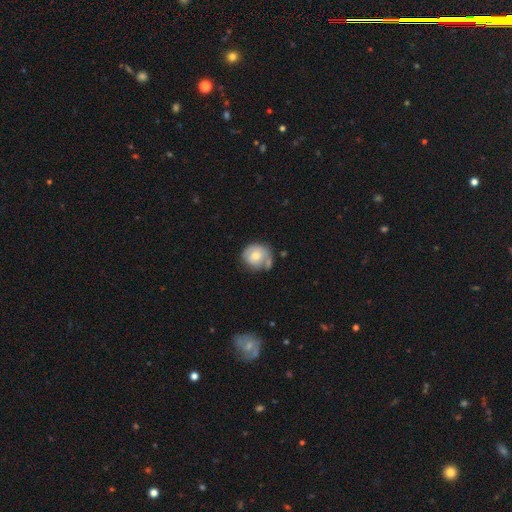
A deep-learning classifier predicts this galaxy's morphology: A smooth galaxy with no disk features (64%) that is round (83%). Merging: none (52%).